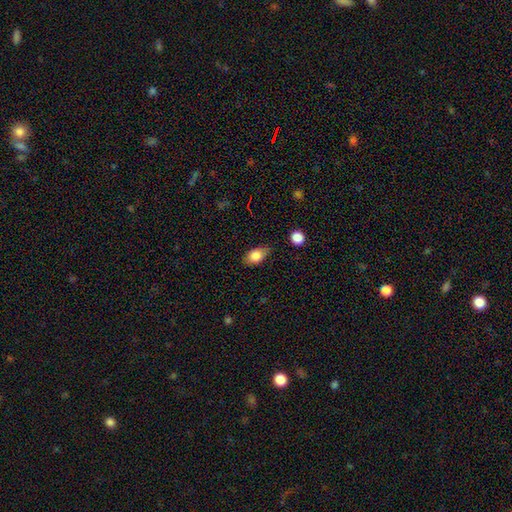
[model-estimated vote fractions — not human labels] Smooth or featured?
  - smooth: 83% *
  - star or artifact: 8%
  - featured or disk: 8%
How rounded?
  - in between: 81% *
  - round: 17%
  - cigar-shaped: 2%
Merging?
  - none: 70% *
  - minor disturbance: 23%
  - major disturbance: 5%
  - merger: 2%